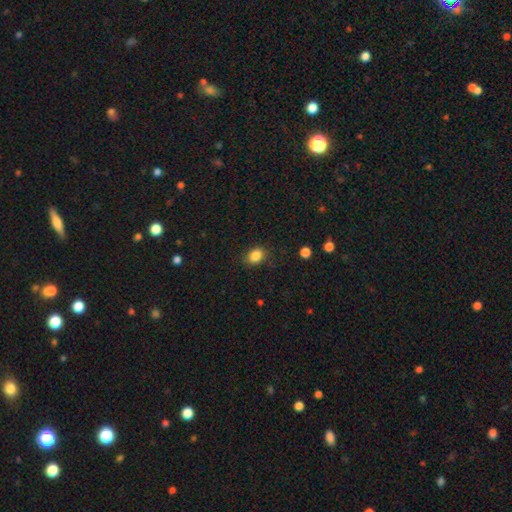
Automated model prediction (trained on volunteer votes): This appears to be a smooth galaxy with no disk features (85%) that is in between round and cigar-shaped (62%). Merging: none (83%).